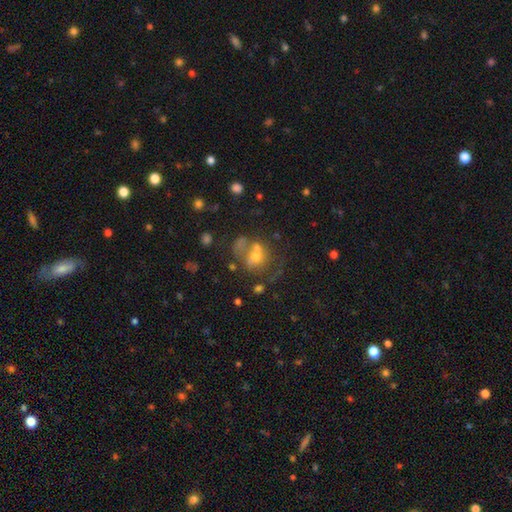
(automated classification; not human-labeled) A smooth galaxy with no disk features (43%). Merging: merger (37%).